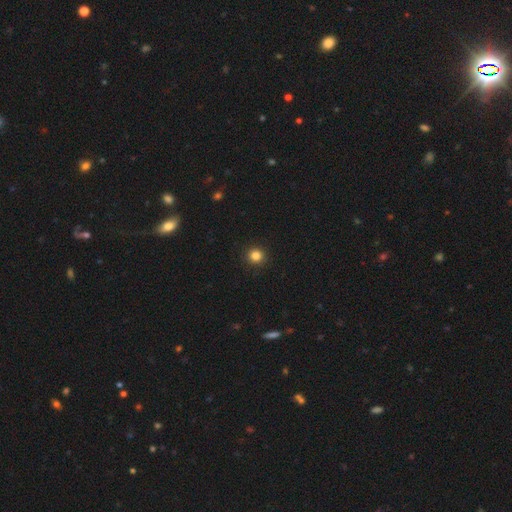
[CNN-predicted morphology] The model was most divided on "smooth or featured": smooth: 84%, star or artifact: 12%, featured or disk: 4%. More confident: how rounded — round (95%); merging — none (93%).